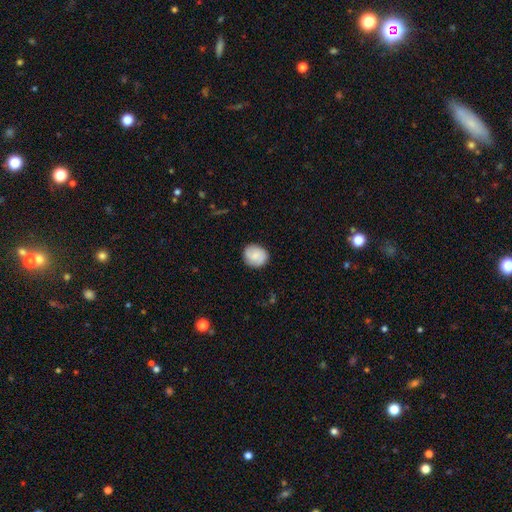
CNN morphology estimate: Q: Smooth or featured?
A: smooth (70%); runner-up: featured or disk (23%)
Q: How rounded?
A: round (77%); runner-up: in between (22%)
Q: Merging?
A: none (84%); runner-up: minor disturbance (12%)